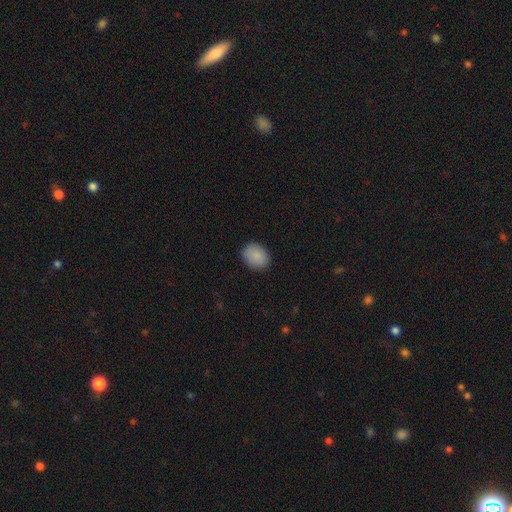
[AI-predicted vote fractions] This is clearly a smooth galaxy (88%). How rounded: possibly in between (55%). Merging: clearly none (88%).